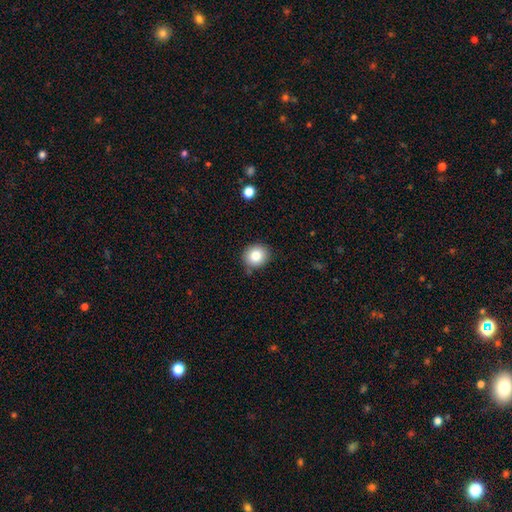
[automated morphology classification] type=smooth (83%); roundness=round (83%); merging=none (82%).